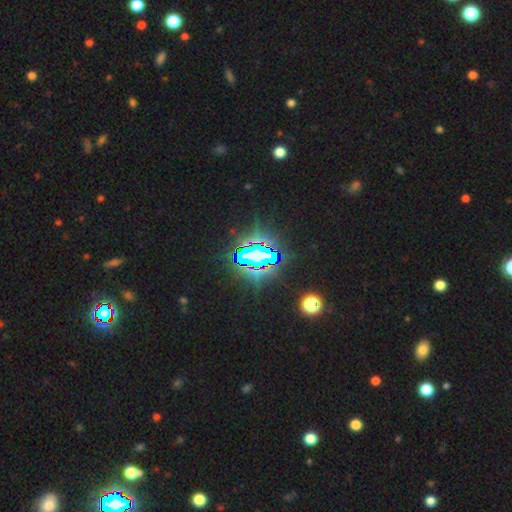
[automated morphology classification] This is likely a star or artifact rather than a galaxy (74%).